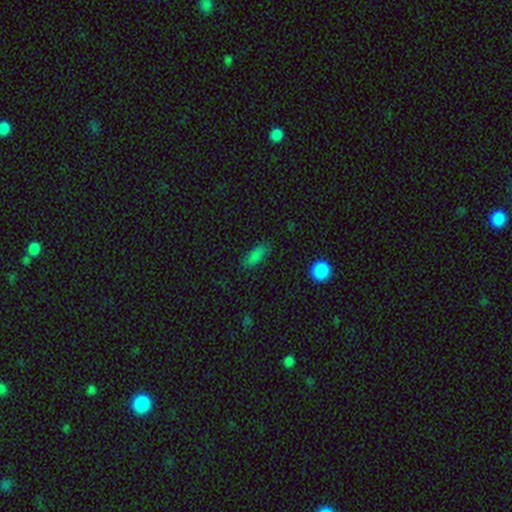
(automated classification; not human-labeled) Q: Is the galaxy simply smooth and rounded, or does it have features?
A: smooth — 81%.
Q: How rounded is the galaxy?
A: in between — 75%.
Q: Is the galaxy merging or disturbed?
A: none — 79%.